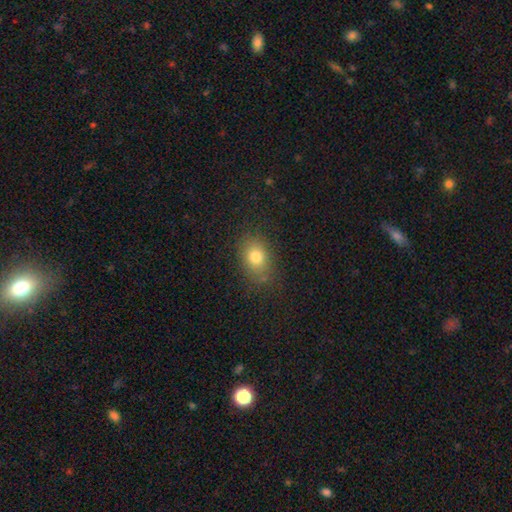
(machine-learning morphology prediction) smooth-or-featured: smooth: 77% | star or artifact: 13% | featured or disk: 10%
  how-rounded: in between: 62% | round: 36% | cigar-shaped: 2%
  merging: none: 80% | minor disturbance: 15% | major disturbance: 4% | merger: 2%